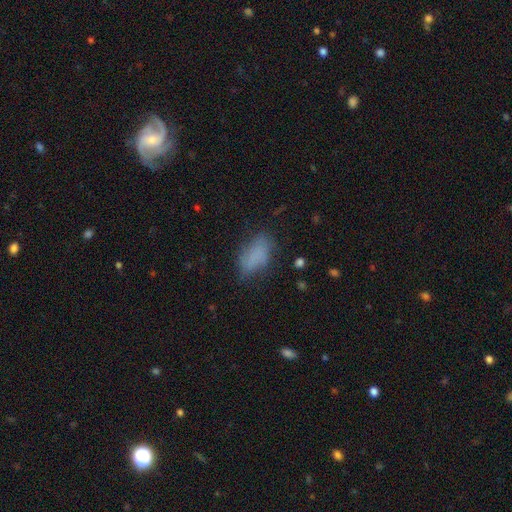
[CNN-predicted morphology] Smooth or featured?
  - smooth: 78% *
  - featured or disk: 11%
  - star or artifact: 11%
How rounded?
  - in between: 90% *
  - cigar-shaped: 5%
  - round: 5%
Merging?
  - none: 62% *
  - minor disturbance: 25%
  - major disturbance: 11%
  - merger: 2%